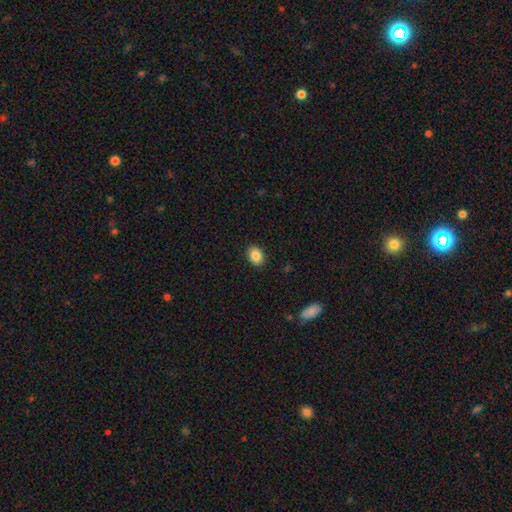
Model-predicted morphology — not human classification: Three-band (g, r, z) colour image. It shows a smooth galaxy with no disk features (88%) that is in between round and cigar-shaped (79%). Merging: none (90%).